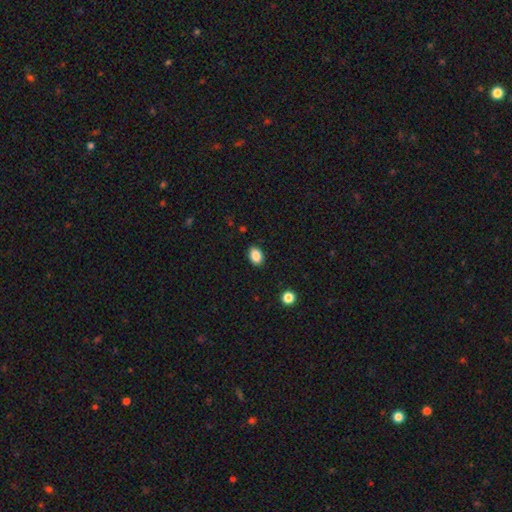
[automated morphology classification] This is clearly a smooth galaxy (87%). How rounded: likely in between (78%). Merging: clearly none (89%).